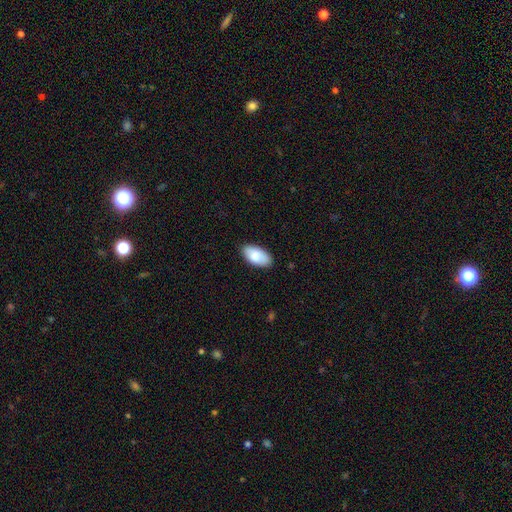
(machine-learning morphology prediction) smooth-or-featured: smooth: 84% | featured or disk: 10% | star or artifact: 6%
  how-rounded: in between: 95% | cigar-shaped: 3% | round: 2%
  merging: none: 85% | minor disturbance: 12% | major disturbance: 2% | merger: 1%